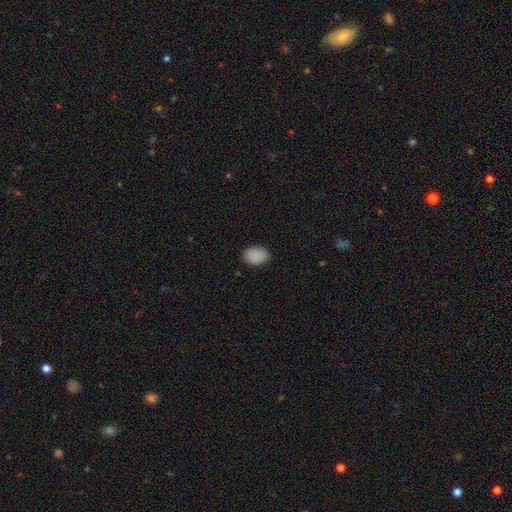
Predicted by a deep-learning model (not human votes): Smooth or featured?
  - smooth: 88% *
  - star or artifact: 8%
  - featured or disk: 3%
How rounded?
  - in between: 79% *
  - round: 20%
  - cigar-shaped: 1%
Merging?
  - none: 83% *
  - minor disturbance: 13%
  - major disturbance: 2%
  - merger: 1%